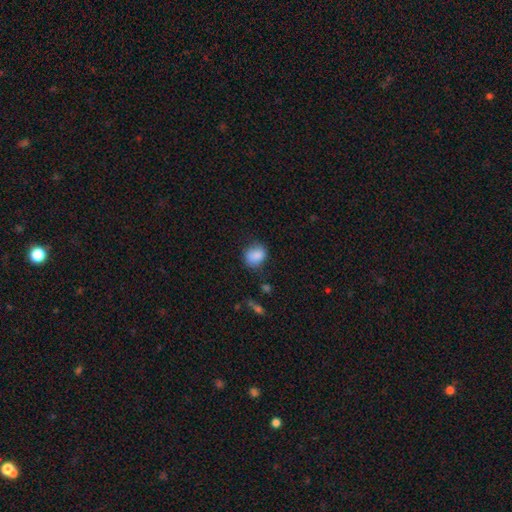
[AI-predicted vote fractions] Q: Smooth or featured?
A: smooth (86%); runner-up: star or artifact (8%)
Q: How rounded?
A: round (50%); runner-up: in between (49%)
Q: Merging?
A: none (70%); runner-up: minor disturbance (22%)